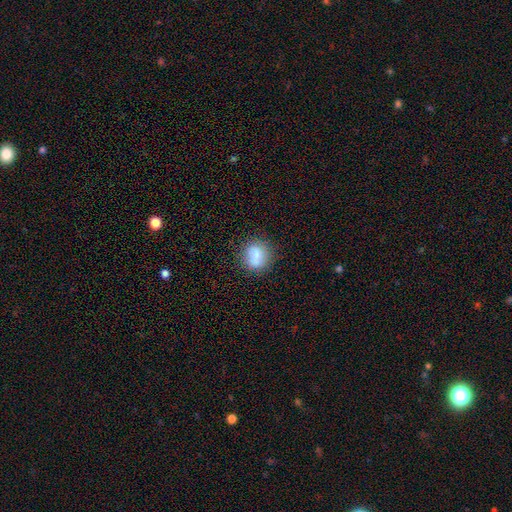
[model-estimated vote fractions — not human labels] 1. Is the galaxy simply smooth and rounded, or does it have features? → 78% smooth, 13% featured or disk, 10% star or artifact.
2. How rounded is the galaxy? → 74% round, 25% in between, 1% cigar-shaped.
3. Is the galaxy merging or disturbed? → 75% none, 16% minor disturbance, 5% major disturbance, 4% merger.